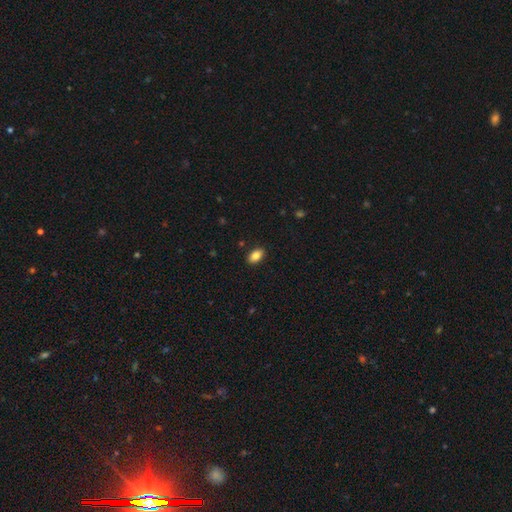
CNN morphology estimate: A smooth galaxy with no disk features (84%) that is in between round and cigar-shaped (91%).

Vote fractions:
- Smooth or featured? smooth: 84% / star or artifact: 8% / featured or disk: 8%
- How rounded? in between: 91% / round: 6% / cigar-shaped: 3%
- Merging? none: 89% / minor disturbance: 8% / major disturbance: 2% / merger: 1%